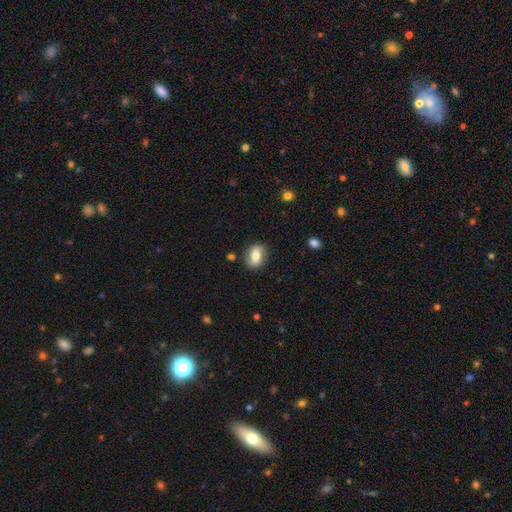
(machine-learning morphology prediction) smooth-or-featured: smooth: 66% | featured or disk: 26% | star or artifact: 8%
  how-rounded: in between: 66% | round: 32% | cigar-shaped: 3%
  merging: none: 81% | minor disturbance: 14% | major disturbance: 4% | merger: 2%